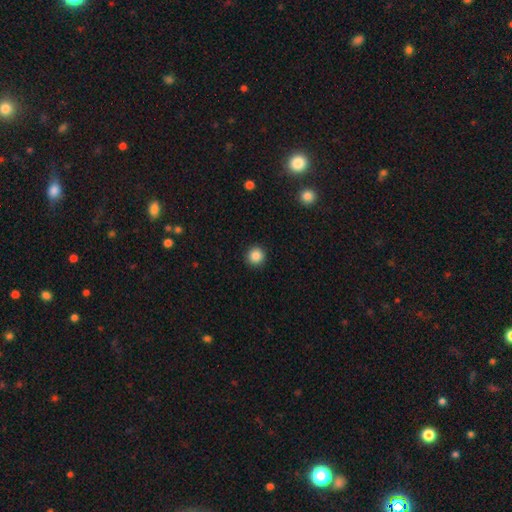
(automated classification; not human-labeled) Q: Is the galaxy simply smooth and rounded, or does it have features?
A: smooth — 87%.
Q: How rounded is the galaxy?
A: round — 95%.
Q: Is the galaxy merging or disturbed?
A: none — 93%.